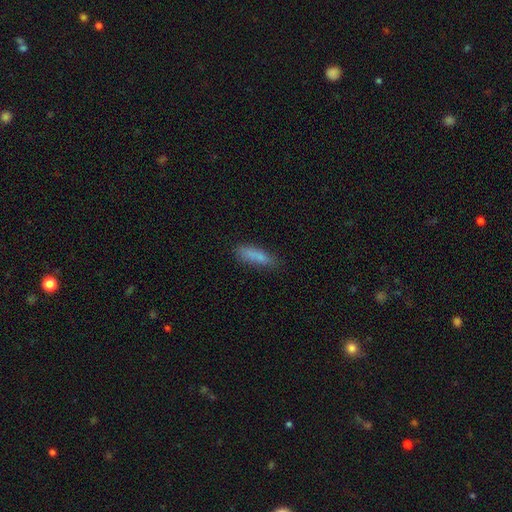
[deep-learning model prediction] Smooth or featured? Predicted: smooth (p=0.81). How rounded? Predicted: cigar-shaped (p=0.58). Merging? Predicted: none (p=0.68).